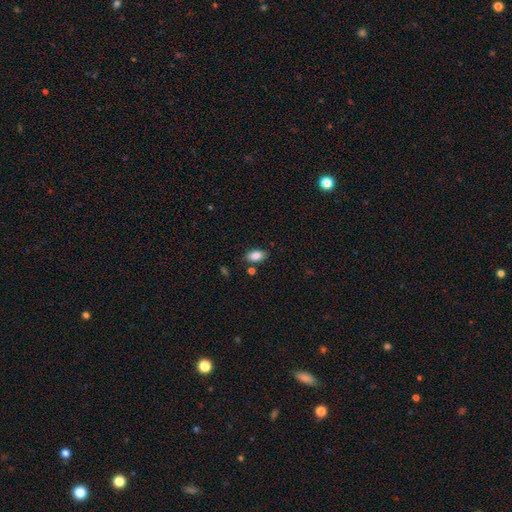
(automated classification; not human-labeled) The model was most divided on "merging": none: 80%, minor disturbance: 13%, merger: 5%, major disturbance: 3%. More confident: how rounded — in between (90%); smooth or featured — smooth (86%).